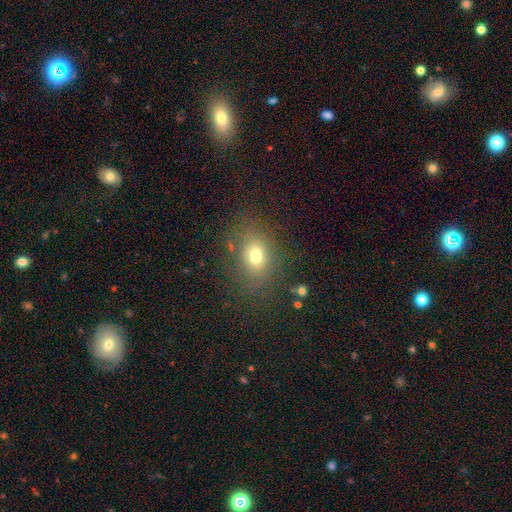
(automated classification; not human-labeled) The model was most divided on "how rounded": in between: 59%, round: 40%, cigar-shaped: 1%. More confident: merging — none (78%); smooth or featured — smooth (71%).